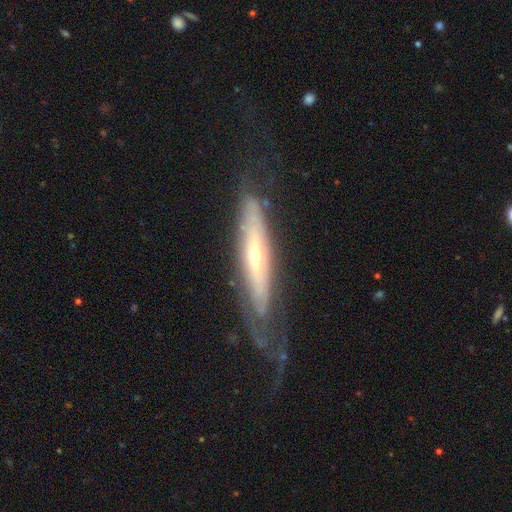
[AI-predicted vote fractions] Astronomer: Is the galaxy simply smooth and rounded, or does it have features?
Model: featured or disk — 76%.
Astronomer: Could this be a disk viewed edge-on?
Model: no — 50%, tied with yes at 50%.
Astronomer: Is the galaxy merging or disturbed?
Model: none — 51%.